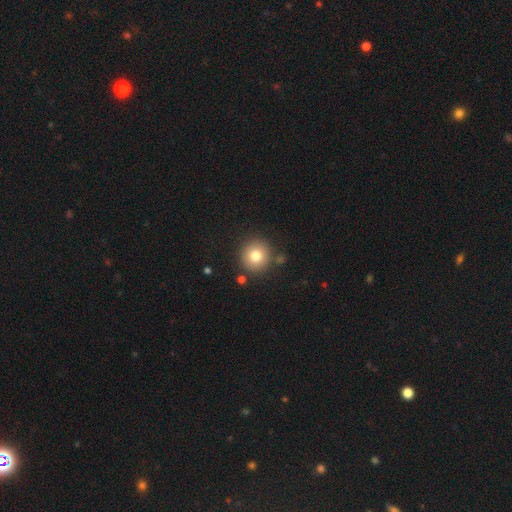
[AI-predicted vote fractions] This appears to be a smooth galaxy with no disk features (78%) that is round (93%). Merging: none (85%).